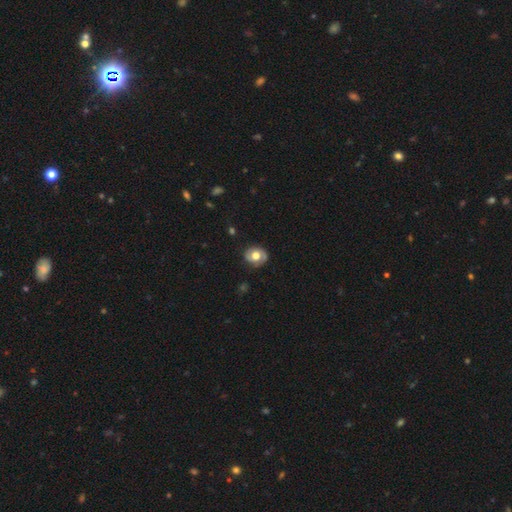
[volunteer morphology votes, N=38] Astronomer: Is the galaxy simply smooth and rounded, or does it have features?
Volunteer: featured or disk — 55% (runner-up: smooth, 37%).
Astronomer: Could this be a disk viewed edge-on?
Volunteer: no — 100%.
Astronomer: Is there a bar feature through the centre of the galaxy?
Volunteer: no — 81%.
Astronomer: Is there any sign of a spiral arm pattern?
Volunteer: yes — 81%.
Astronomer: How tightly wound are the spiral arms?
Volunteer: tight — 65%.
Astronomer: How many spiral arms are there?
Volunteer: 2 — 94%.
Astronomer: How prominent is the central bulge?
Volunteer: large — 71%.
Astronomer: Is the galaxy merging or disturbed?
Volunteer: none — 83%.